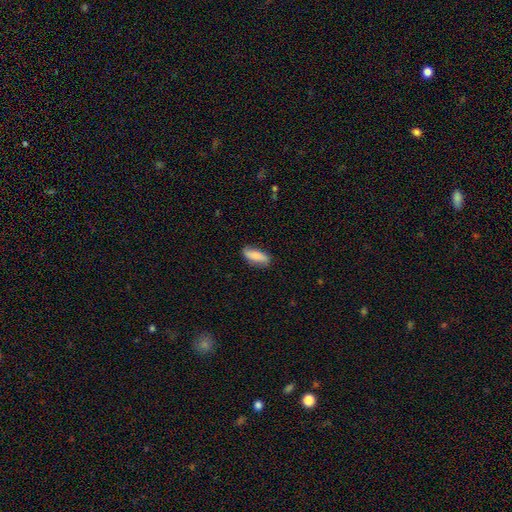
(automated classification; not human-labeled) Smooth or featured: smooth — 74% (featured or disk — 19%)
How rounded: in between — 69% (cigar-shaped — 28%)
Merging: none — 80% (minor disturbance — 16%)